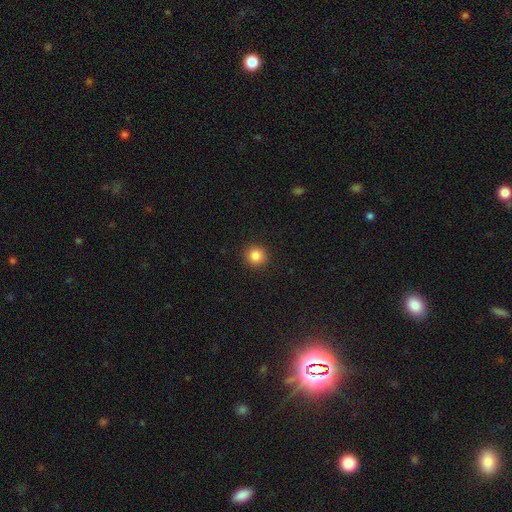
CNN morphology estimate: Smooth or featured? Predicted: smooth (p=0.84). How rounded? Predicted: round (p=0.93). Merging? Predicted: none (p=0.92).